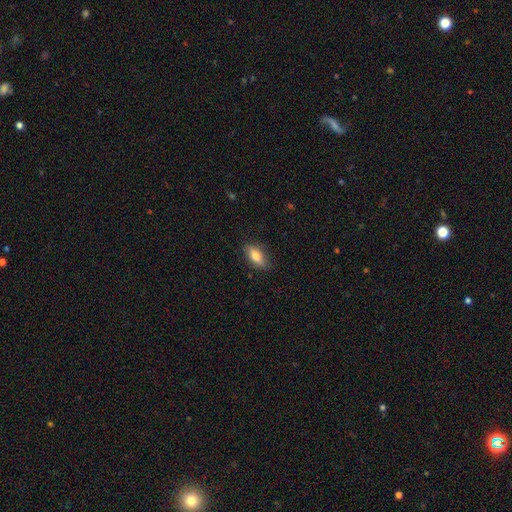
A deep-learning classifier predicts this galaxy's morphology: The model was most divided on "smooth or featured": smooth: 80%, featured or disk: 13%, star or artifact: 7%. More confident: merging — none (83%); how rounded — in between (83%).